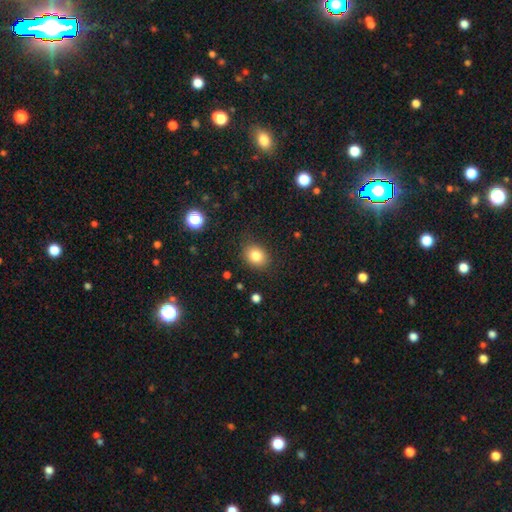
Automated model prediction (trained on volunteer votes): Smooth or featured? Predicted: smooth (p=0.83). How rounded? Predicted: round (p=0.50, tied with in between). Merging? Predicted: none (p=0.85).